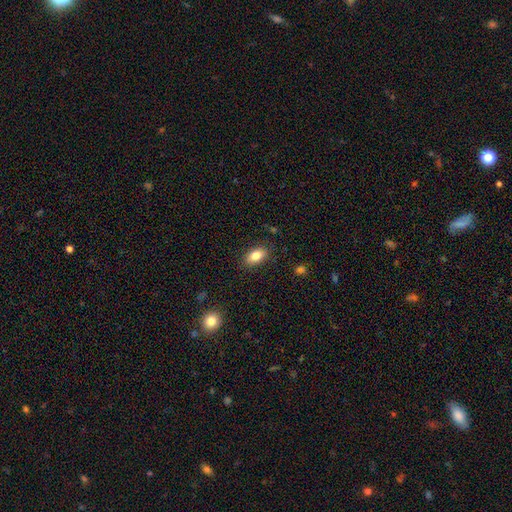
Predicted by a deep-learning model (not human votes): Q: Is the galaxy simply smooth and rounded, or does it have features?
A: smooth — 81%.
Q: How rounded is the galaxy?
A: in between — 88%.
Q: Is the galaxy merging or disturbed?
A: none — 86%.